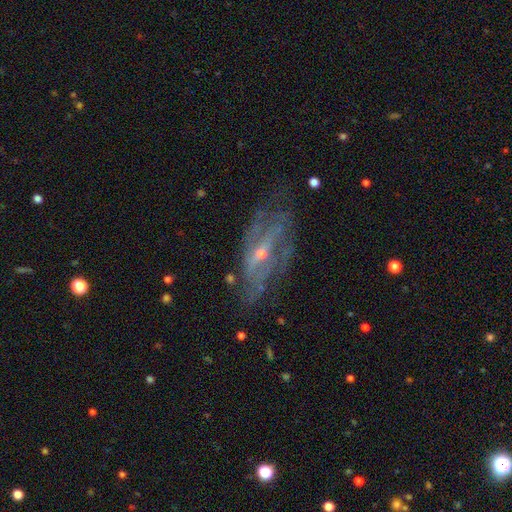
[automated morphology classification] Q: Smooth or featured?
A: featured or disk (79%); runner-up: smooth (12%)
Q: Edge-on disk?
A: no (81%); runner-up: yes (19%)
Q: Bar?
A: no (44%); runner-up: weak (36%)
Q: Spiral arms?
A: yes (75%); runner-up: no (25%)
Q: Bulge size?
A: small (66%); runner-up: moderate (30%)
Q: Merging?
A: none (62%); runner-up: minor disturbance (22%)